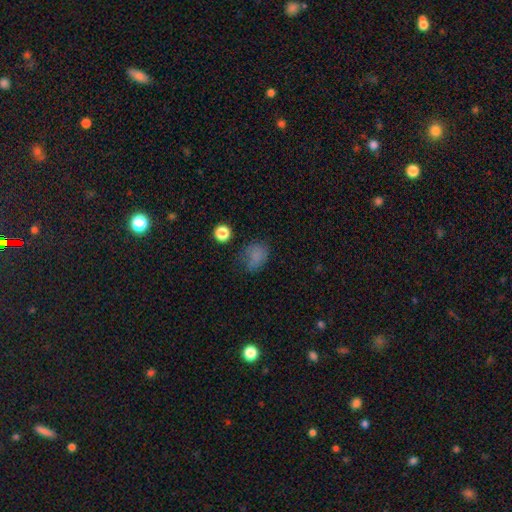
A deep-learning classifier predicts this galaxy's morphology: Smooth or featured?
  - smooth: 75% *
  - star or artifact: 17%
  - featured or disk: 8%
How rounded?
  - in between: 57% *
  - round: 42%
  - cigar-shaped: 1%
Merging?
  - none: 59% *
  - minor disturbance: 25%
  - major disturbance: 12%
  - merger: 4%